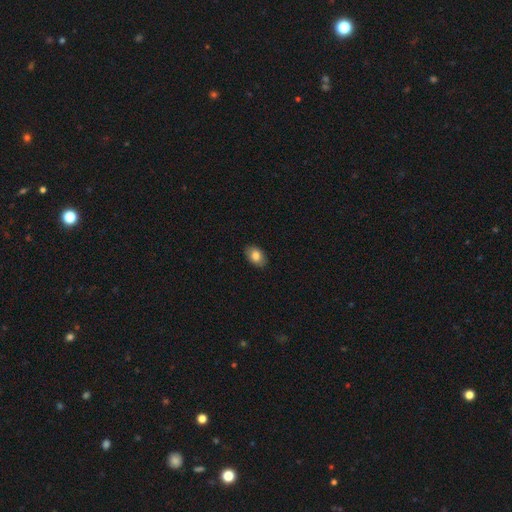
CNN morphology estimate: Overall: smooth (83%). How rounded: in between (87%). Merging: none (88%).